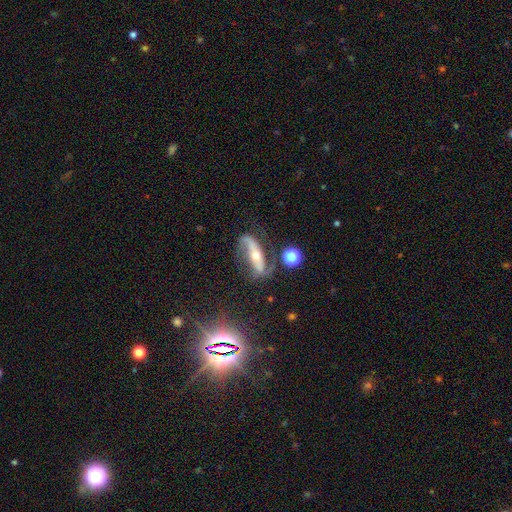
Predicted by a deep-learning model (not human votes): The model was most divided on "bar": strong: 48%, no: 34%, weak: 19%. More confident: spiral arms — yes (91%); spiral arm count — 2 (87%); edge-on disk — no (82%); smooth or featured — featured or disk (80%); merging — none (65%); bulge size — moderate (54%); spiral winding — loose (54%).